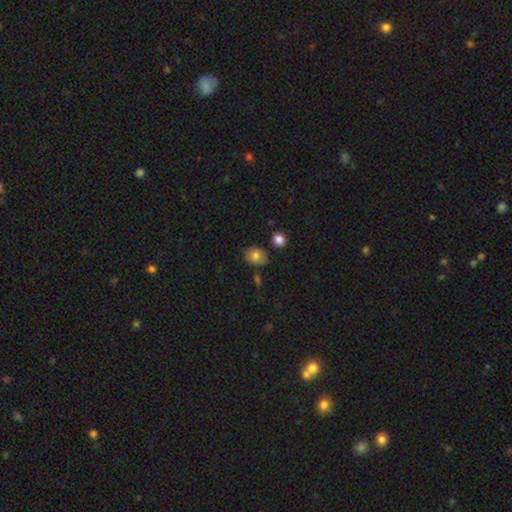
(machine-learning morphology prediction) Smooth or featured?
  - smooth: 75% *
  - featured or disk: 15%
  - star or artifact: 10%
How rounded?
  - in between: 50% *
  - round: 49%
  - cigar-shaped: 1%
Merging?
  - none: 73% *
  - minor disturbance: 19%
  - merger: 5%
  - major disturbance: 4%